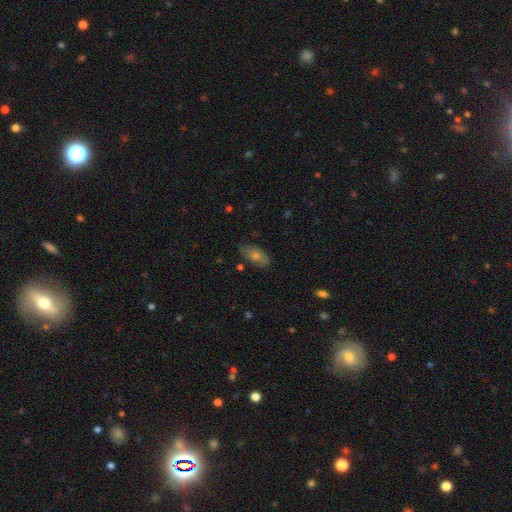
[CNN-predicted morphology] Smooth or featured?
  - smooth: 53% *
  - featured or disk: 32%
  - star or artifact: 15%
How rounded?
  - in between: 83% *
  - cigar-shaped: 11%
  - round: 6%
Merging?
  - none: 81% *
  - minor disturbance: 14%
  - major disturbance: 3%
  - merger: 2%